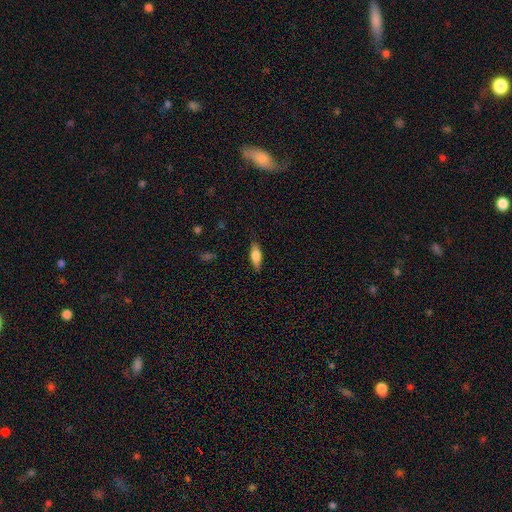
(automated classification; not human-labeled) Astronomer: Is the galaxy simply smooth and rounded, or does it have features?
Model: smooth — 73%.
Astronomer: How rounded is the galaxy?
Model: in between — 61% (runner-up: cigar-shaped, 37%).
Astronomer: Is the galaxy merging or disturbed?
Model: none — 85%.